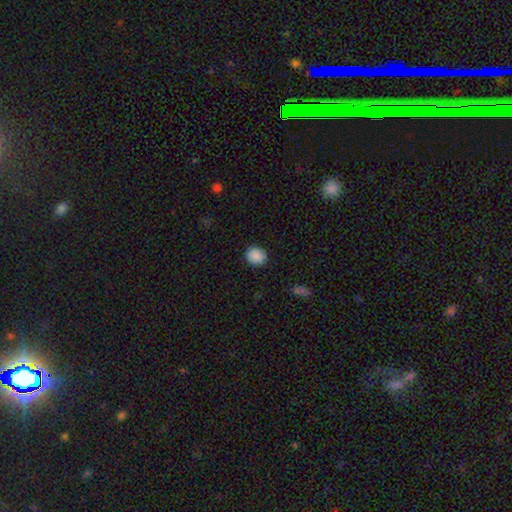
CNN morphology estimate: This is clearly a smooth galaxy (89%). How rounded: likely round (72%). Merging: clearly none (89%).